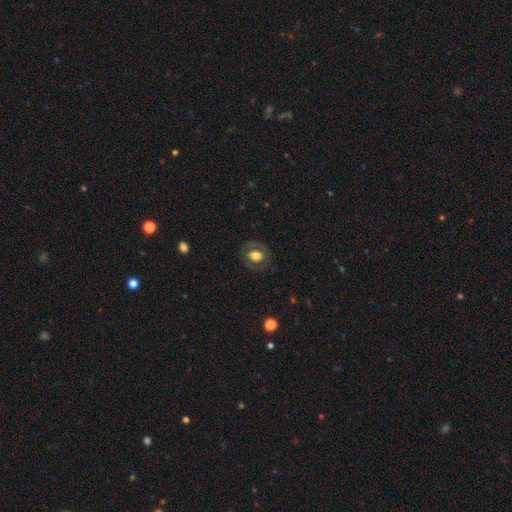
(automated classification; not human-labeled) Smooth or featured? Predicted: smooth (p=0.53). How rounded? Predicted: round (p=0.53). Merging? Predicted: none (p=0.79).